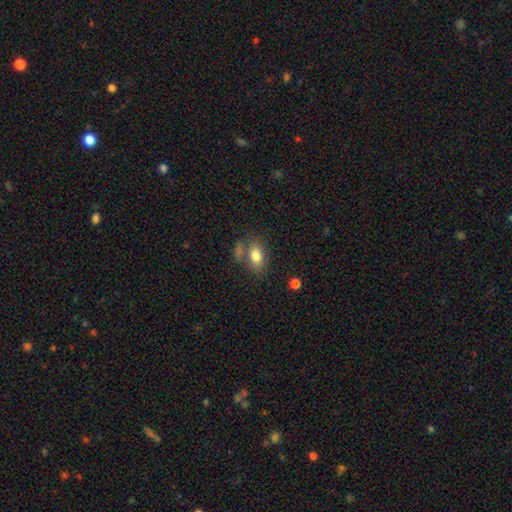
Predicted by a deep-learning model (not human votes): This appears to be a smooth galaxy with no disk features (80%) that is in between round and cigar-shaped (86%). Merging: none (60%).